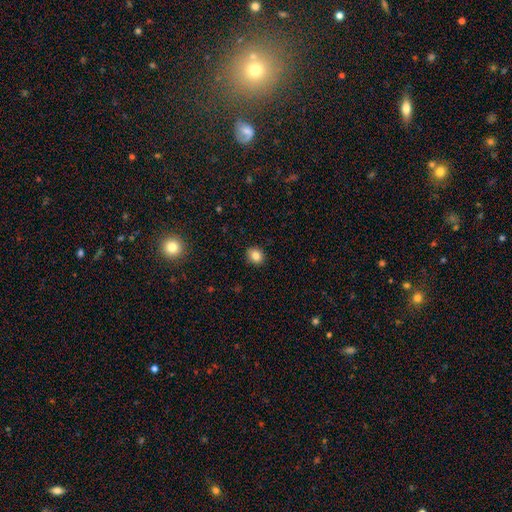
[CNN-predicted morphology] Smooth or featured? smooth (83%)
How rounded? round (68%)
Merging? none (88%)